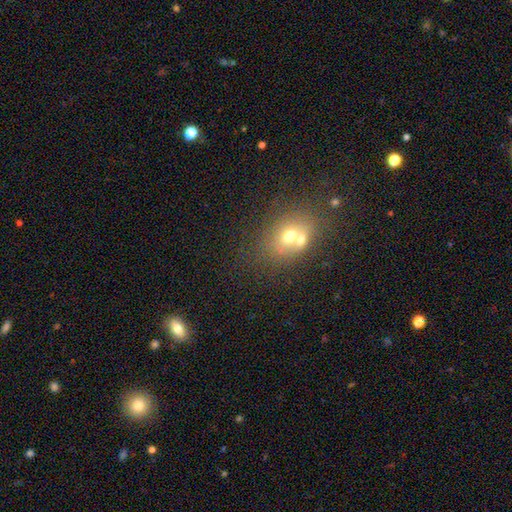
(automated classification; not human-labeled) smooth 57%, star or artifact 31%, featured or disk 12%. Down the decision tree: how rounded — in between (50%); merging — none (70%).